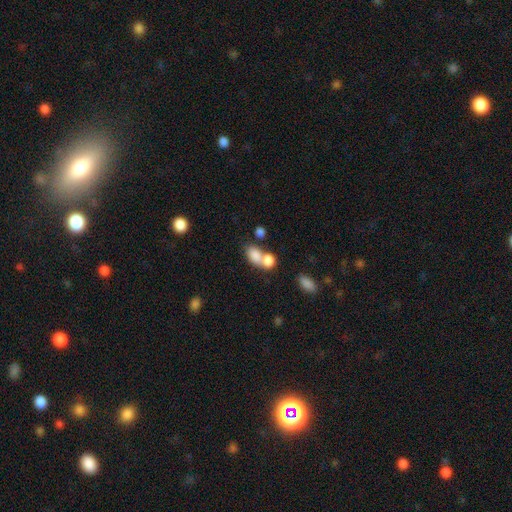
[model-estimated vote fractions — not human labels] A smooth galaxy with no disk features (80%) that is in between round and cigar-shaped (71%). Merging: merger (63%).